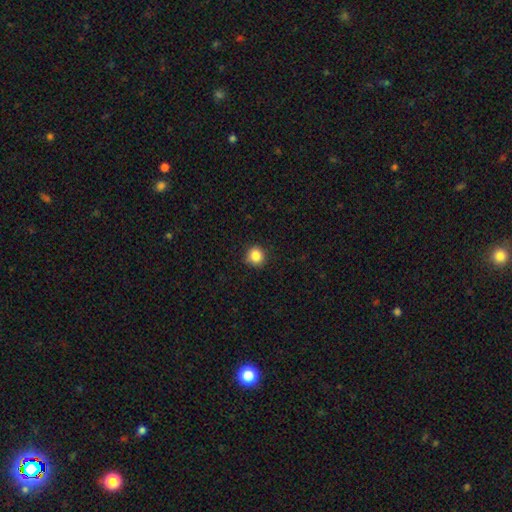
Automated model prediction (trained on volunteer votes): smooth 85%, star or artifact 11%, featured or disk 4%. Down the decision tree: how rounded — round (90%); merging — none (86%).